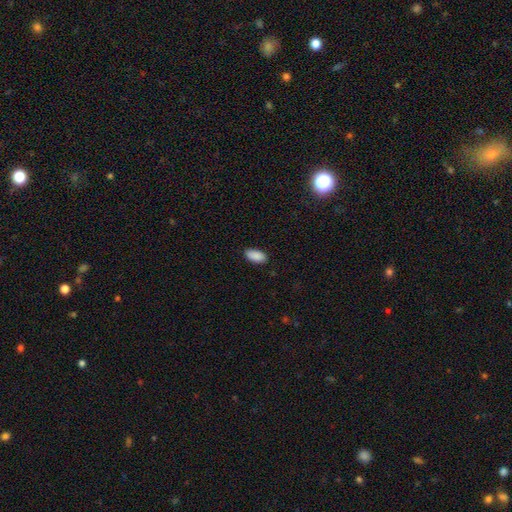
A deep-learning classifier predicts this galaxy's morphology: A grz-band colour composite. It shows a smooth galaxy with no disk features (90%) that is in between round and cigar-shaped (93%). Merging: none (87%).